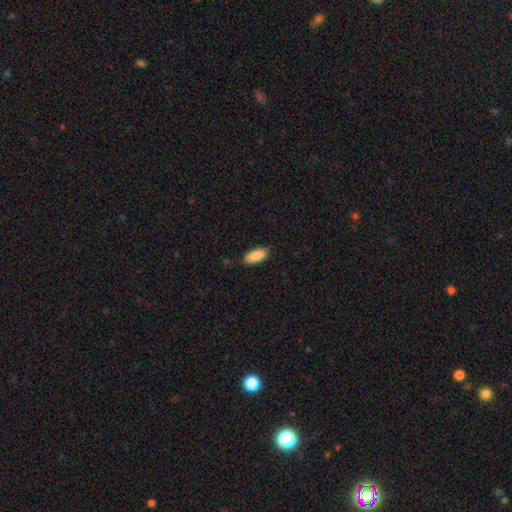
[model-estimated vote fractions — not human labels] This appears to be a smooth galaxy with no disk features (90%) that is in between round and cigar-shaped (85%). Merging: none (83%).